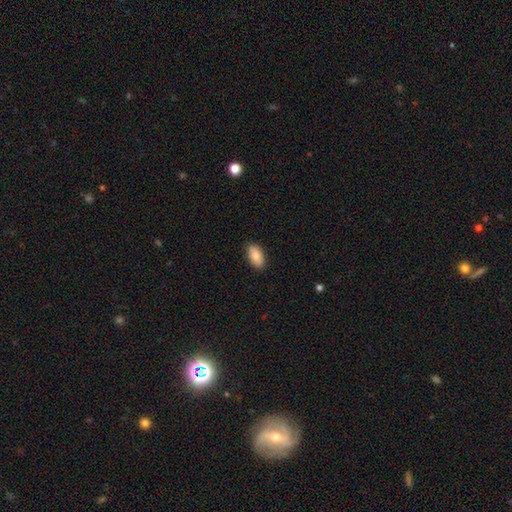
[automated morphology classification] smooth_or_featured: smooth (p=0.86) [alt: featured or disk p=0.07]
how_rounded: in between (p=0.94) [alt: cigar-shaped p=0.03]
merging: none (p=0.89) [alt: minor disturbance p=0.09]